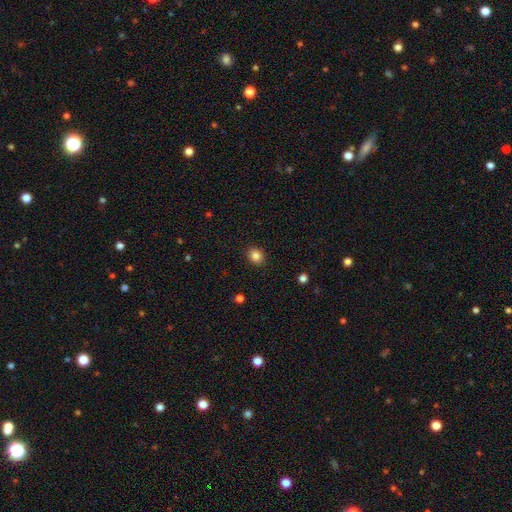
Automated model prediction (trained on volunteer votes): Smooth or featured? Predicted: smooth (p=0.85). How rounded? Predicted: round (p=0.60). Merging? Predicted: none (p=0.89).